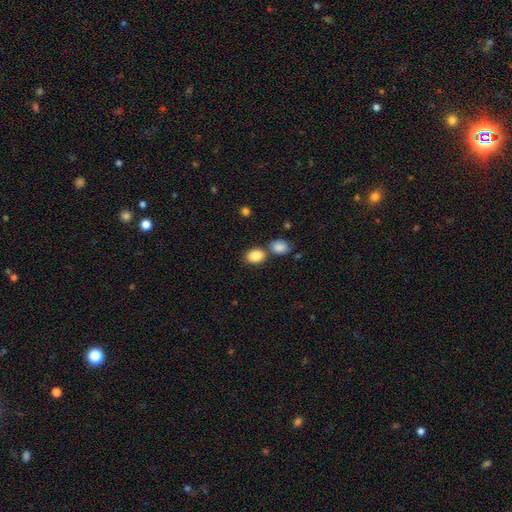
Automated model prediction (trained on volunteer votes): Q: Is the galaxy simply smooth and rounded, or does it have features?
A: smooth — 86%.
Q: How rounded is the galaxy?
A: in between — 70%.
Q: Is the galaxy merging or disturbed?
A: none — 58%.